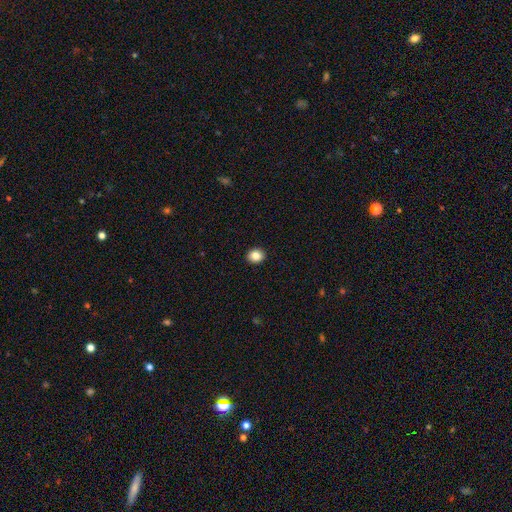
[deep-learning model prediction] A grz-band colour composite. It shows a smooth galaxy with no disk features (85%) that is round (60%). Merging: none (92%).